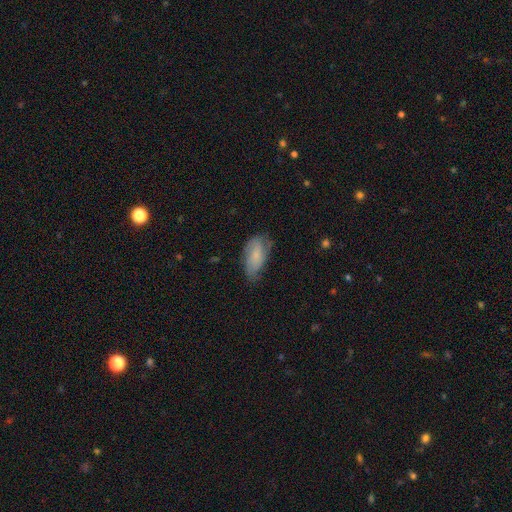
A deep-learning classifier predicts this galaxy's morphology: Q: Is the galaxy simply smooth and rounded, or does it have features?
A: smooth — 68%.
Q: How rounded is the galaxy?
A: in between — 90%.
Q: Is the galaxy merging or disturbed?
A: none — 52%.